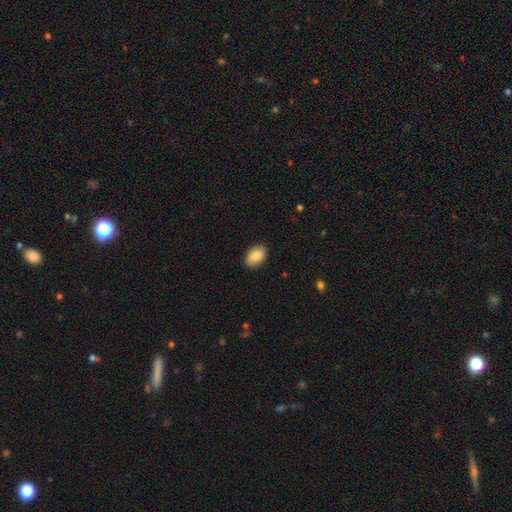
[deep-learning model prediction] This appears to be a smooth galaxy with no disk features (87%) that is in between round and cigar-shaped (85%). Merging: none (88%).